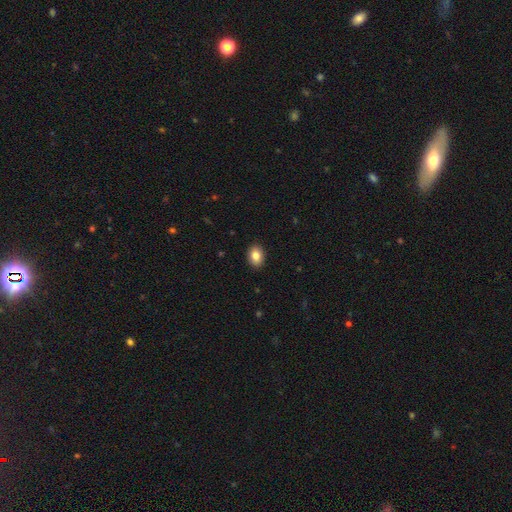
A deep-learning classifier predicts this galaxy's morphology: smooth_or_featured: smooth (p=0.84) [alt: star or artifact p=0.09]
how_rounded: in between (p=0.70) [alt: round p=0.29]
merging: none (p=0.91) [alt: minor disturbance p=0.07]